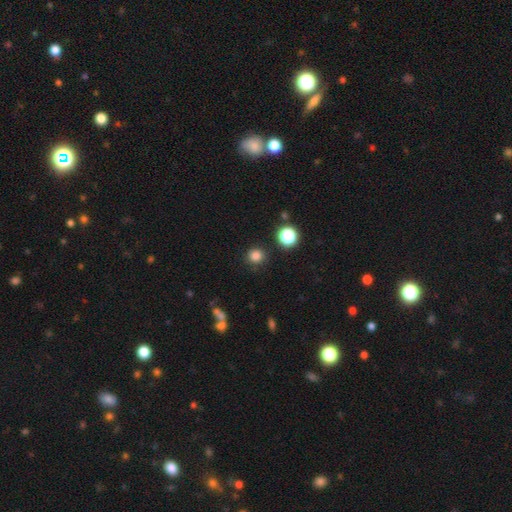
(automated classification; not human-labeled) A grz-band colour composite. It shows a smooth galaxy with no disk features (81%) that is round (91%). Merging: none (87%).